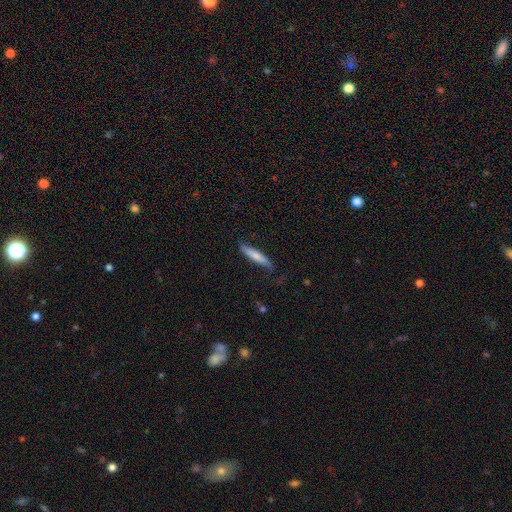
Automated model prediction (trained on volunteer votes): Smooth or featured? smooth (71%)
How rounded? cigar-shaped (89%)
Merging? none (75%)